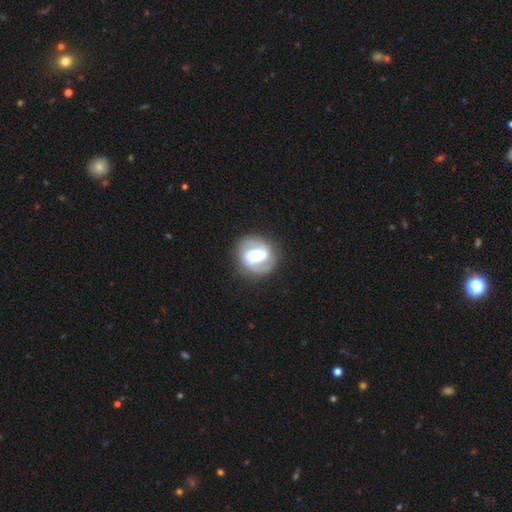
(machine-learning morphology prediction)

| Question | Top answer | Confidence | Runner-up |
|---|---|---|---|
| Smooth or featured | featured or disk | 78% | smooth (16%) |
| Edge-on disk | no | 97% | yes (3%) |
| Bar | strong | 55% | weak (30%) |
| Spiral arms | yes | 81% | no (19%) |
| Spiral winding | medium | 43% | tight (41%) |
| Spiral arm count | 2 | 88% | can't tell (5%) |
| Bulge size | moderate | 46% | large (38%) |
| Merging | none | 82% | minor disturbance (11%) |